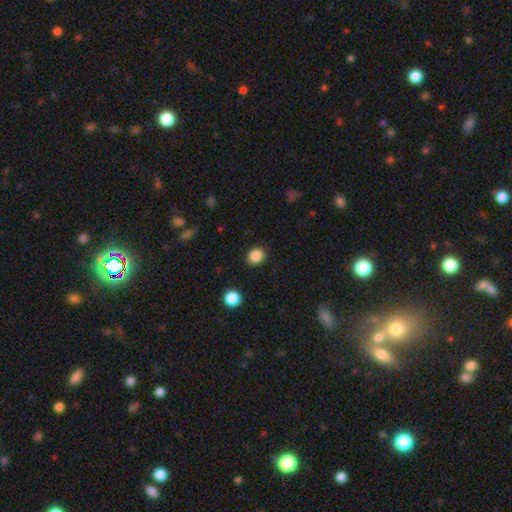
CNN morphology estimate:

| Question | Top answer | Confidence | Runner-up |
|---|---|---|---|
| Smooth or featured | smooth | 86% | star or artifact (10%) |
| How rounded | round | 69% | in between (31%) |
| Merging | none | 90% | minor disturbance (7%) |